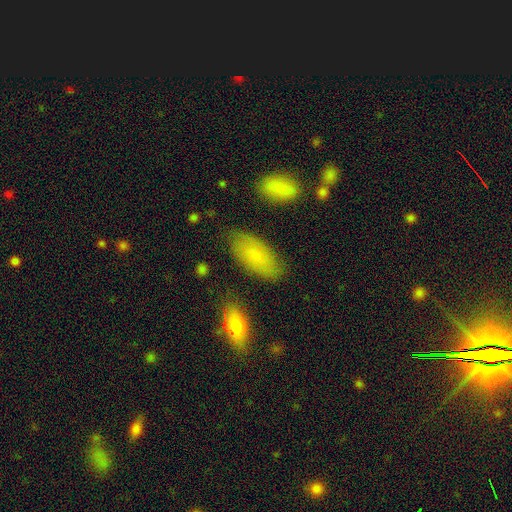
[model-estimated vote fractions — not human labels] Smooth or featured?
  - smooth: 73% *
  - featured or disk: 19%
  - star or artifact: 8%
How rounded?
  - in between: 92% *
  - cigar-shaped: 5%
  - round: 3%
Merging?
  - none: 80% *
  - minor disturbance: 14%
  - major disturbance: 4%
  - merger: 3%